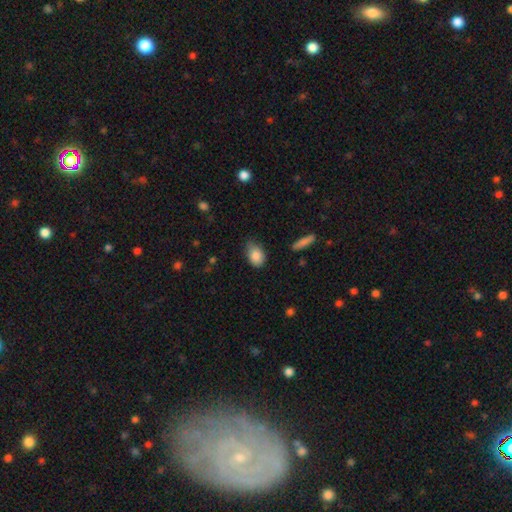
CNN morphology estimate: Overall: smooth (85%). How rounded: in between (82%). Merging: none (53%; minor disturbance 38%).